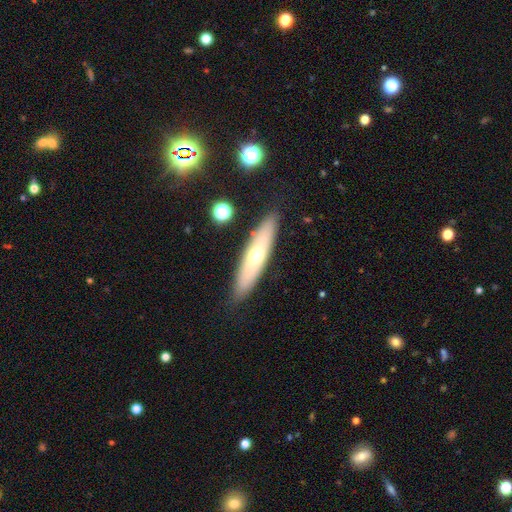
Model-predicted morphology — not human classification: Smooth or featured: smooth — 52% (featured or disk — 41%)
How rounded: cigar-shaped — 79% (in between — 19%)
Merging: none — 87% (minor disturbance — 9%)